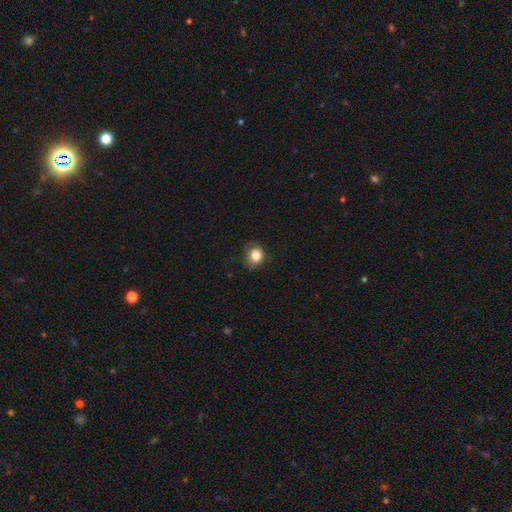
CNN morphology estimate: Overall: smooth (82%). How rounded: round (71%). Merging: none (76%).